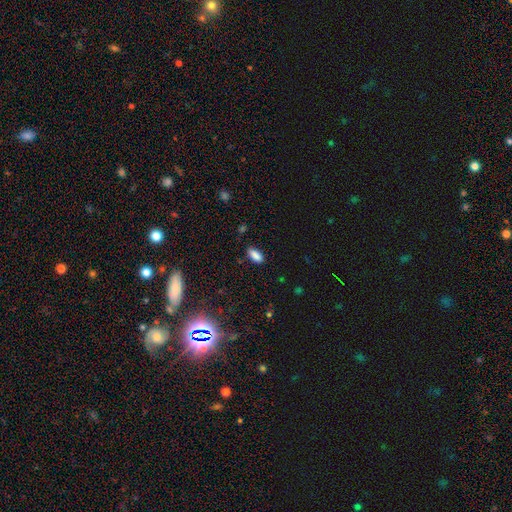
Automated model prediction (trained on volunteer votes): Smooth or featured: smooth — 86% (star or artifact — 10%)
How rounded: in between — 86% (cigar-shaped — 12%)
Merging: none — 83% (minor disturbance — 13%)